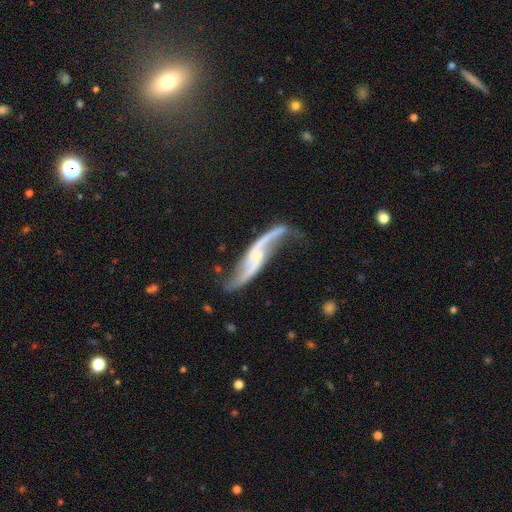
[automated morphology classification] Smooth or featured? featured or disk (88%)
Edge-on disk? no (83%)
Bar? no (46%)
Spiral arms? yes (94%)
Spiral winding? loose (90%)
Spiral arm count? 2 (92%)
Bulge size? small (45%)
Merging? none (60%)